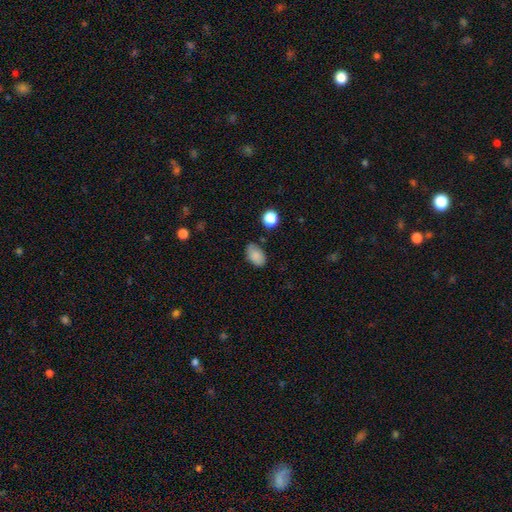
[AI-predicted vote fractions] Overall: smooth (84%). How rounded: in between (89%). Merging: none (72%).